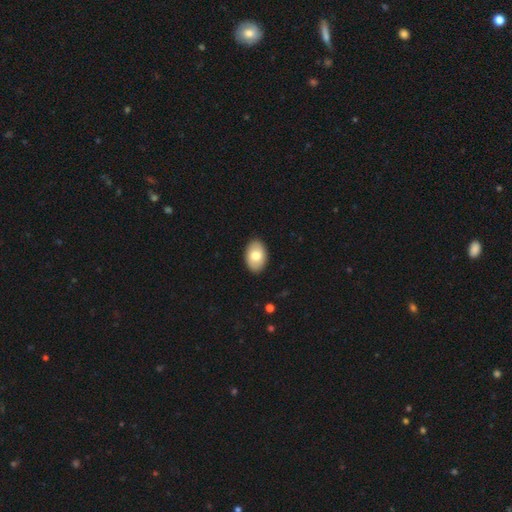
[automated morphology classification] This is likely a smooth galaxy (76%). How rounded: clearly in between (91%). Merging: clearly none (90%).